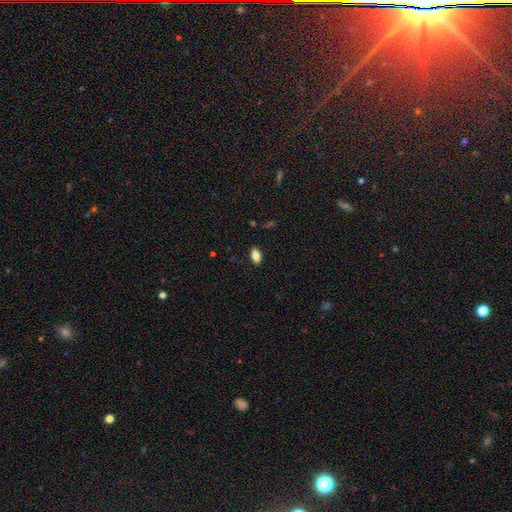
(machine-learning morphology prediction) smooth_or_featured: smooth (p=0.80) [alt: featured or disk p=0.12]
how_rounded: in between (p=0.89) [alt: cigar-shaped p=0.07]
merging: none (p=0.88) [alt: minor disturbance p=0.09]